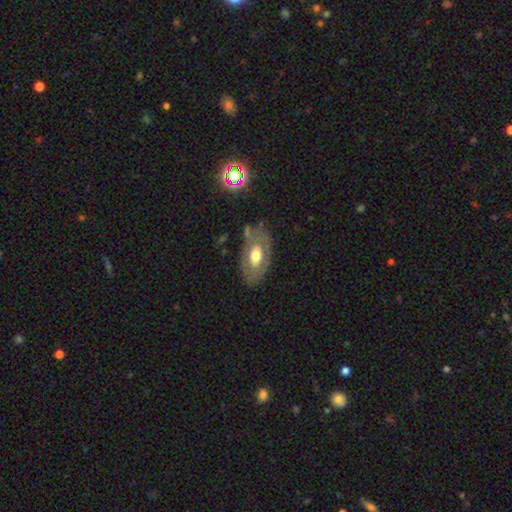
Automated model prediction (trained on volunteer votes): Smooth or featured?
  - featured or disk: 51% *
  - smooth: 42%
  - star or artifact: 6%
Edge-on disk?
  - no: 88% *
  - yes: 12%
Merging?
  - none: 69% *
  - minor disturbance: 20%
  - major disturbance: 8%
  - merger: 3%